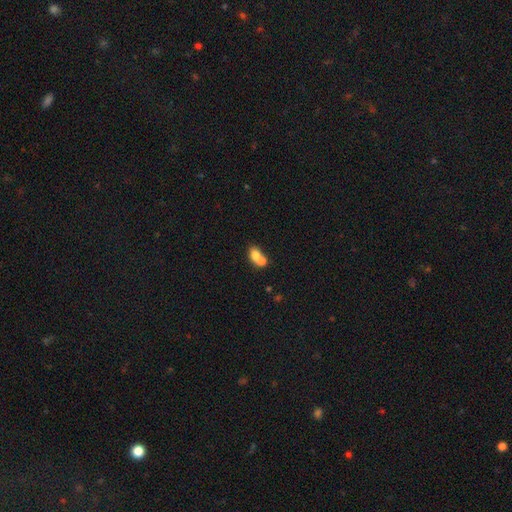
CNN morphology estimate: type=smooth (73%); roundness=in between (59%); merging=merger (63%).